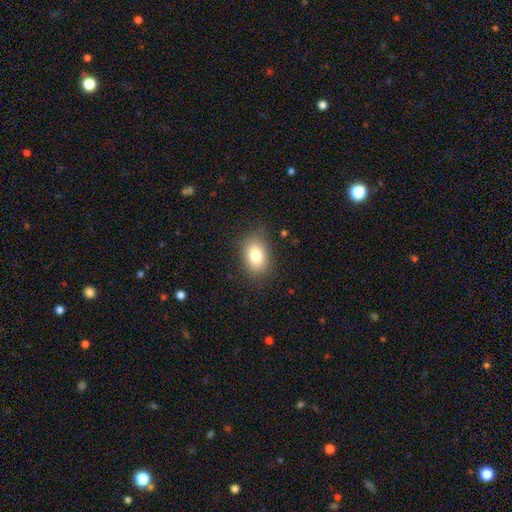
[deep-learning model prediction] Overall: smooth (81%). How rounded: in between (80%). Merging: none (83%).